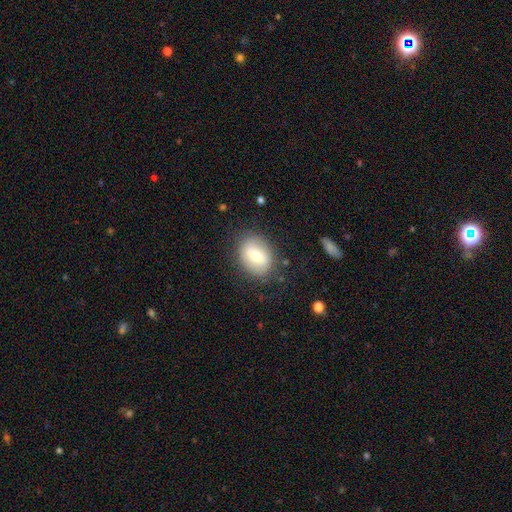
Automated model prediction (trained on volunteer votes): Morphology: type=smooth (63%); roundness=in between (62%); merging=none (80%).